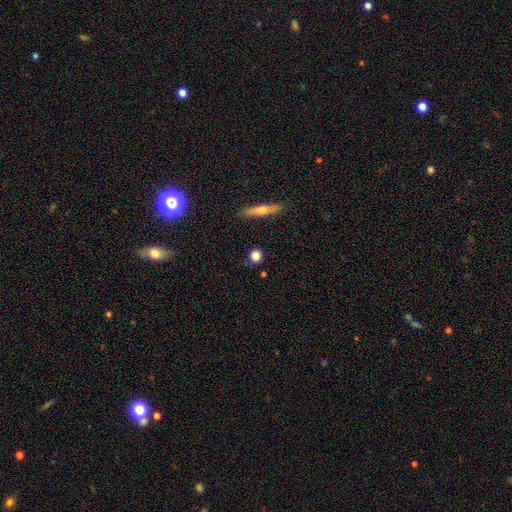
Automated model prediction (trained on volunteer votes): A smooth galaxy with no disk features (84%) that is round (79%).

Vote fractions:
- Smooth or featured? smooth: 84% / star or artifact: 10% / featured or disk: 7%
- How rounded? round: 79% / in between: 17% / cigar-shaped: 5%
- Merging? none: 83% / minor disturbance: 11% / major disturbance: 3% / merger: 3%